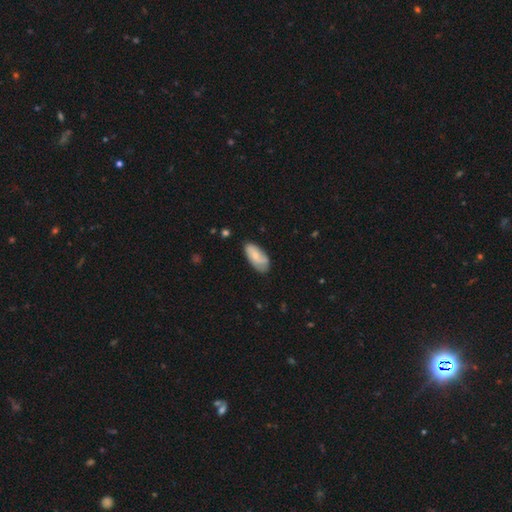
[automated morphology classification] type=smooth (61%); roundness=in between (90%); merging=none (66%).